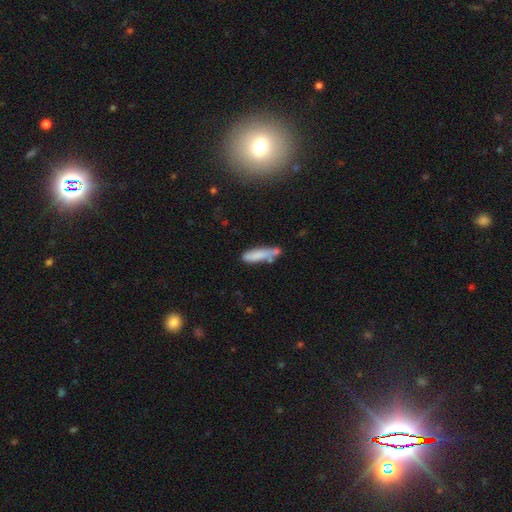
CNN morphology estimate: The model was most divided on "merging": none: 54%, minor disturbance: 24%, merger: 14%, major disturbance: 7%. More confident: smooth or featured — smooth (75%); how rounded — cigar-shaped (73%).